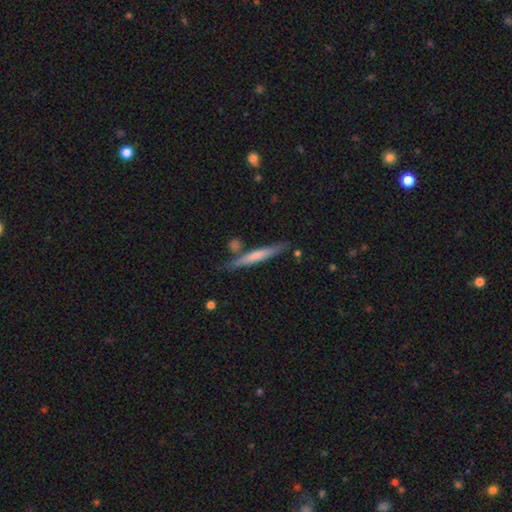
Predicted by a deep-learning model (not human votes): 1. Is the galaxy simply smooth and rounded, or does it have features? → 52% smooth, 42% featured or disk, 6% star or artifact.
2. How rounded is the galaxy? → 95% cigar-shaped, 4% in between, 2% round.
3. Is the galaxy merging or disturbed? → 78% none, 12% minor disturbance, 7% merger, 3% major disturbance.